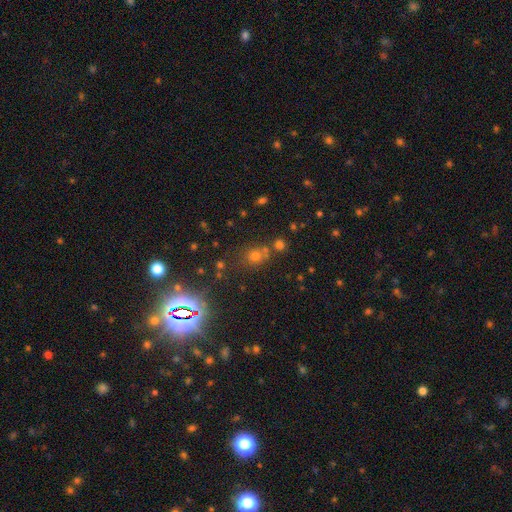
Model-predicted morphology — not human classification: type=star or artifact (47%).